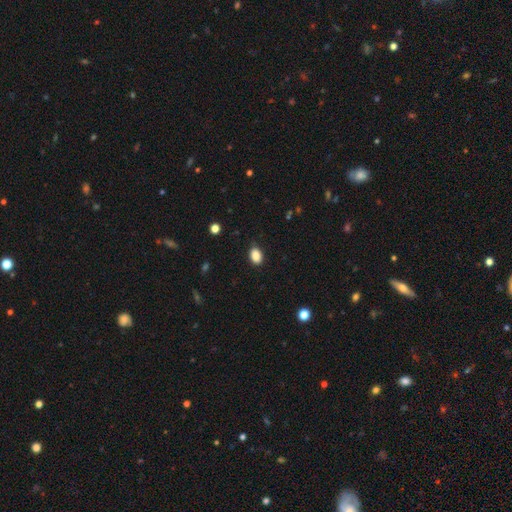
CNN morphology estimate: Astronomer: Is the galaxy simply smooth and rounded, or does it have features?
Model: smooth — 88%.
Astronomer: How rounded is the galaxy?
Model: in between — 80%.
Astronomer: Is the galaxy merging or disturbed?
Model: none — 86%.